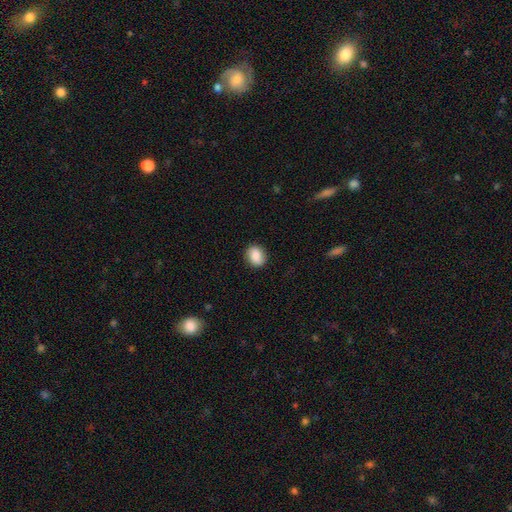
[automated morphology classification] smooth-or-featured: smooth: 85% | star or artifact: 8% | featured or disk: 7%
  how-rounded: round: 51% | in between: 47% | cigar-shaped: 1%
  merging: none: 87% | minor disturbance: 9% | major disturbance: 2% | merger: 1%